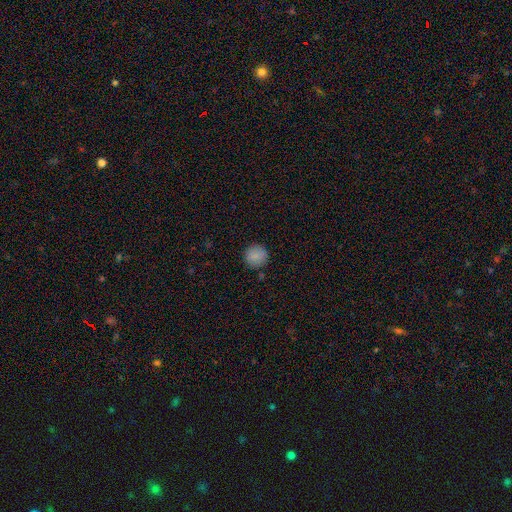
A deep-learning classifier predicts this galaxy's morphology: This is clearly a smooth galaxy (86%). How rounded: clearly round (93%). Merging: clearly none (88%).